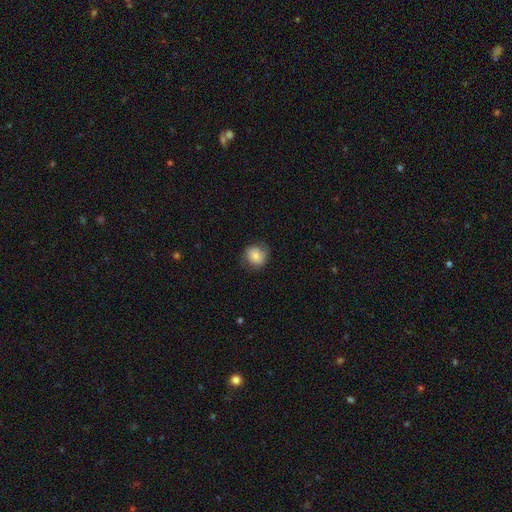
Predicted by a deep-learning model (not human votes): smooth 73%, featured or disk 19%, star or artifact 8%. Down the decision tree: how rounded — round (79%); merging — none (72%).